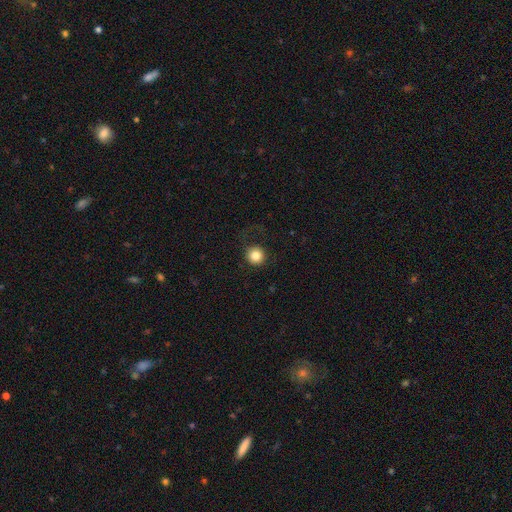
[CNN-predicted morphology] Smooth or featured? Predicted: smooth (p=0.83). How rounded? Predicted: round (p=0.95). Merging? Predicted: none (p=0.84).